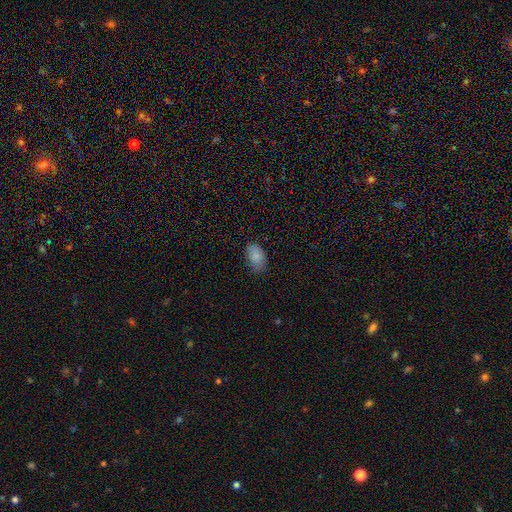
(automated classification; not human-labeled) A smooth galaxy with no disk features (86%) that is in between round and cigar-shaped (91%). Merging: none (76%).